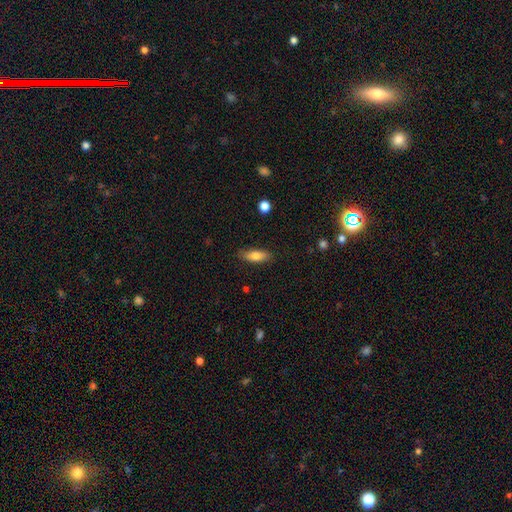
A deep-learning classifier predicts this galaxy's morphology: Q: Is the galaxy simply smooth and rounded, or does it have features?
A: smooth — 75%.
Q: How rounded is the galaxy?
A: in between — 66%.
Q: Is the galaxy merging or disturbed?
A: none — 84%.